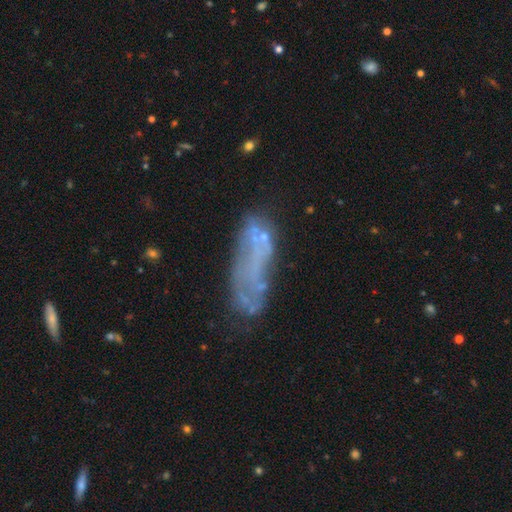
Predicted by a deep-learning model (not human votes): Overall: featured or disk (48%; smooth 37%). Merging: none (45%; minor disturbance 22%).